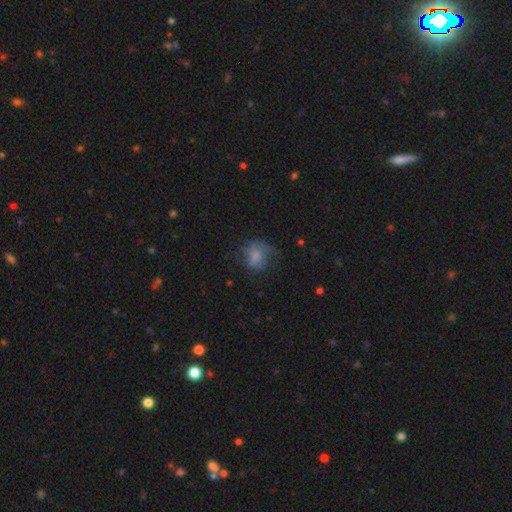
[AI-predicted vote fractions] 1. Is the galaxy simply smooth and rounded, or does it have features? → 59% smooth, 30% featured or disk, 11% star or artifact.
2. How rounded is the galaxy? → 70% round, 29% in between, 1% cigar-shaped.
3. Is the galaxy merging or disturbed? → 48% none, 26% minor disturbance, 24% major disturbance, 2% merger.